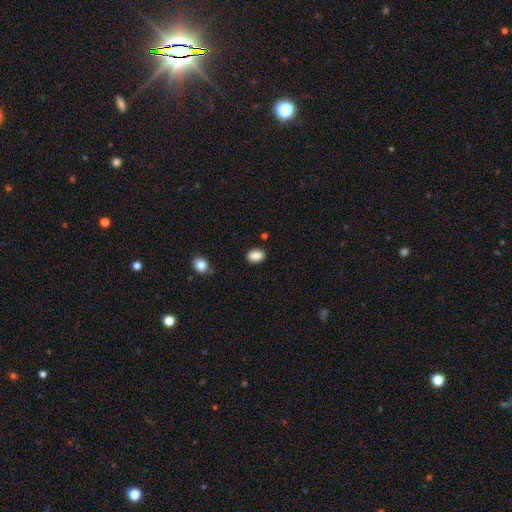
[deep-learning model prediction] smooth-or-featured: smooth: 88% | star or artifact: 8% | featured or disk: 4%
  how-rounded: in between: 76% | round: 23% | cigar-shaped: 1%
  merging: none: 87% | minor disturbance: 9% | major disturbance: 2% | merger: 2%